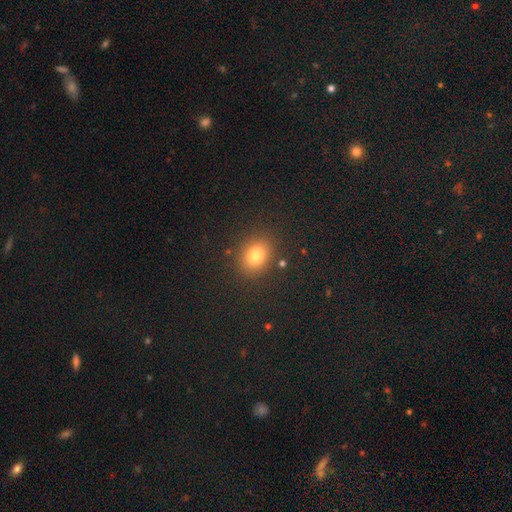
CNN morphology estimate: Overall: smooth (78%). How rounded: round (52%; in between 47%). Merging: none (85%).